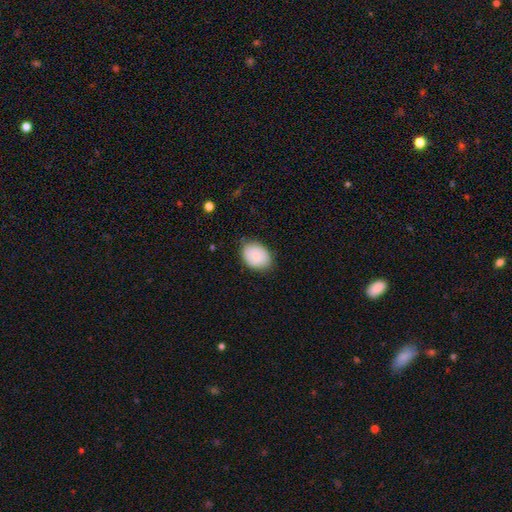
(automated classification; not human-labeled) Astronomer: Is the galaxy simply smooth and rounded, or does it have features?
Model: smooth — 85%.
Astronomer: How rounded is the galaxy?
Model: in between — 75%.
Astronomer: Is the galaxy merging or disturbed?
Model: none — 79%.